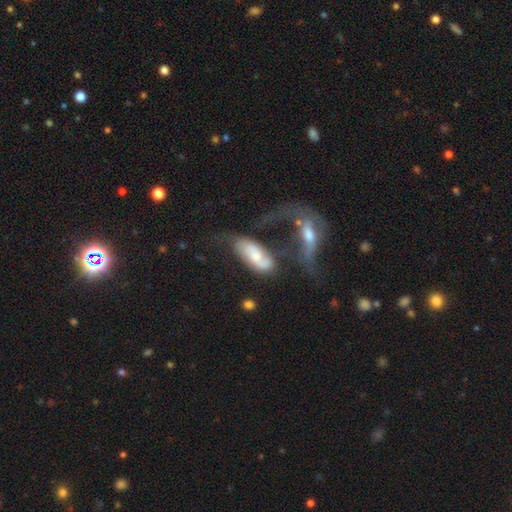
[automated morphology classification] Smooth or featured? featured or disk (54%)
Edge-on disk? no (86%)
Merging? merger (40%)